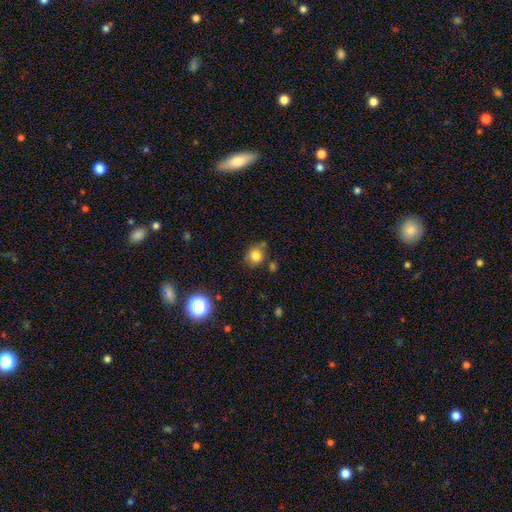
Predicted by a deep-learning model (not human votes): smooth-or-featured: smooth: 80% | star or artifact: 13% | featured or disk: 7%
  how-rounded: round: 79% | in between: 20% | cigar-shaped: 1%
  merging: none: 67% | minor disturbance: 20% | merger: 8% | major disturbance: 5%